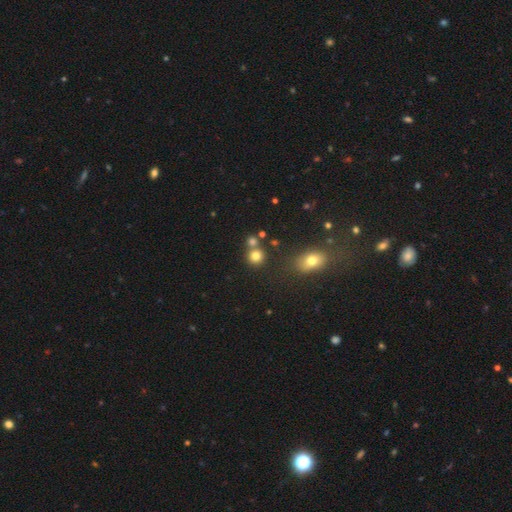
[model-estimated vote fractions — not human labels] A smooth galaxy with no disk features (79%) that is round (87%).

Vote fractions:
- Smooth or featured? smooth: 79% / star or artifact: 14% / featured or disk: 7%
- How rounded? round: 87% / in between: 12% / cigar-shaped: 1%
- Merging? none: 67% / merger: 21% / minor disturbance: 8% / major disturbance: 3%